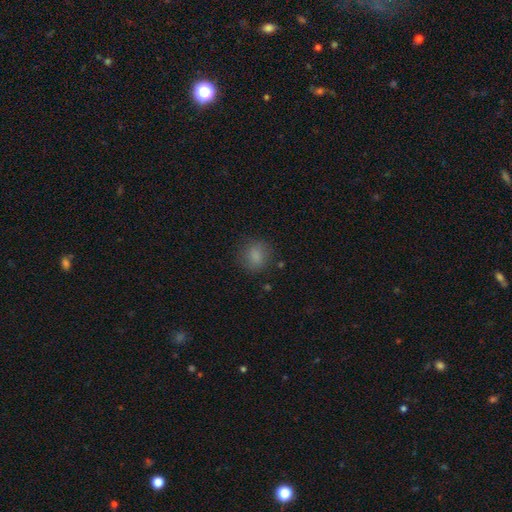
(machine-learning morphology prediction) Q: Smooth or featured?
A: smooth (82%); runner-up: star or artifact (10%)
Q: How rounded?
A: round (75%); runner-up: in between (23%)
Q: Merging?
A: none (79%); runner-up: minor disturbance (14%)